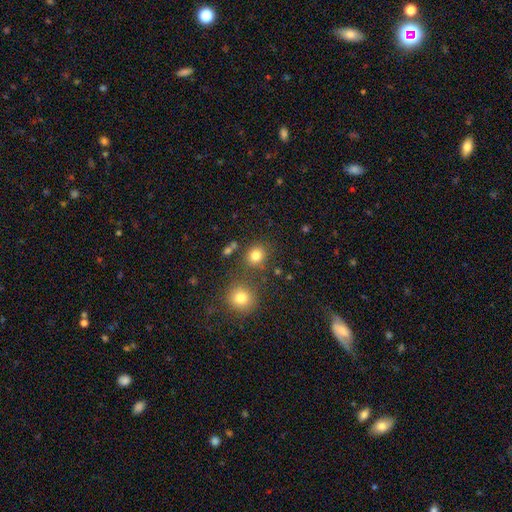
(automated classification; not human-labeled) Smooth or featured: smooth — 79% (star or artifact — 15%)
How rounded: round — 83% (in between — 16%)
Merging: none — 76% (merger — 11%)